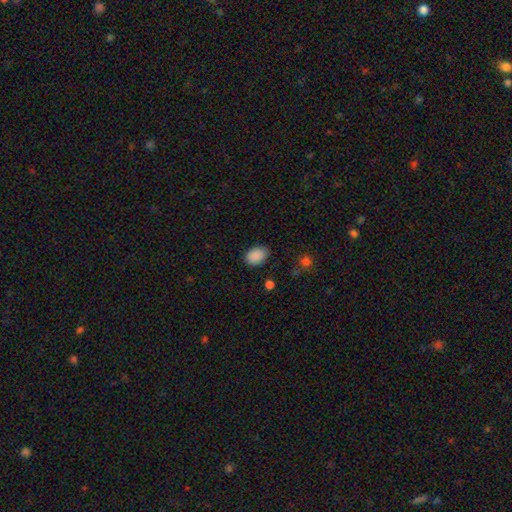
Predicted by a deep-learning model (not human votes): The model was most divided on "how rounded": in between: 79%, round: 20%, cigar-shaped: 1%. More confident: smooth or featured — smooth (89%); merging — none (83%).